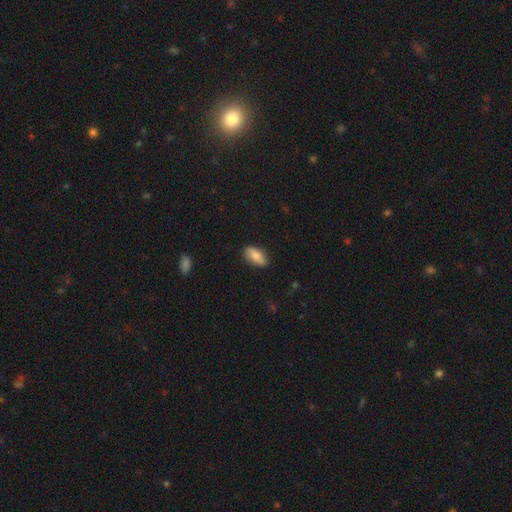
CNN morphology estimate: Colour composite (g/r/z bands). It shows a smooth galaxy with no disk features (78%) that is in between round and cigar-shaped (90%). Merging: none (83%).